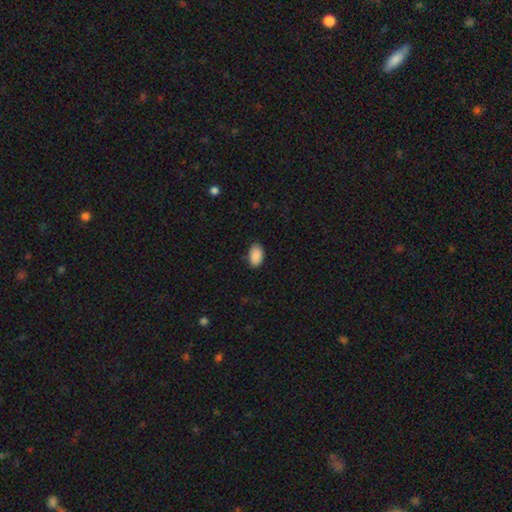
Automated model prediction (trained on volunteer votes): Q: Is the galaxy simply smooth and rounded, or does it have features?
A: smooth — 90%.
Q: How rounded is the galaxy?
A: in between — 93%.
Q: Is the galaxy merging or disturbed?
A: none — 85%.